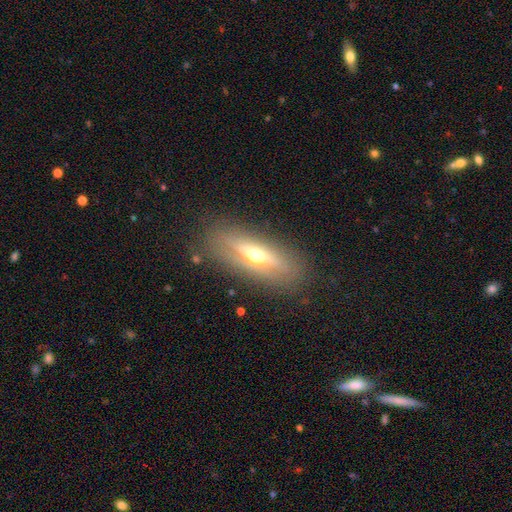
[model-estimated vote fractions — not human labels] Overall: featured or disk (57%; smooth 35%). Edge-on disk: yes (68%; no 32%). Merging: none (81%).